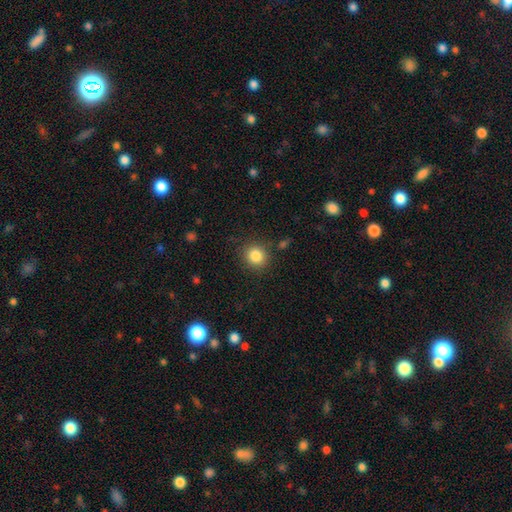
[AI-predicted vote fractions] smooth-or-featured: smooth: 84% | star or artifact: 10% | featured or disk: 5%
  how-rounded: round: 87% | in between: 12% | cigar-shaped: 1%
  merging: none: 87% | minor disturbance: 8% | major disturbance: 3% | merger: 2%